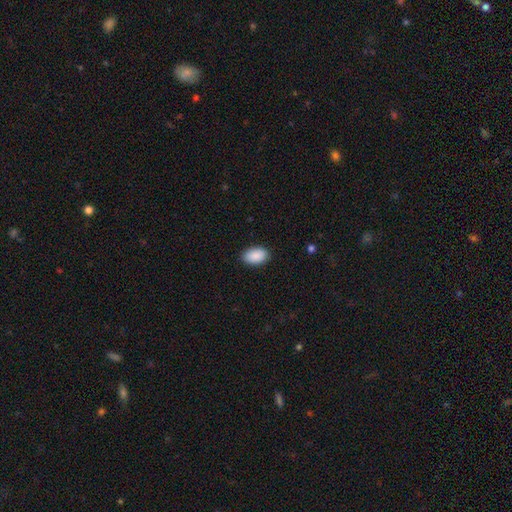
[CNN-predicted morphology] Smooth or featured: smooth — 91% (star or artifact — 6%)
How rounded: in between — 94% (round — 5%)
Merging: none — 88% (minor disturbance — 9%)